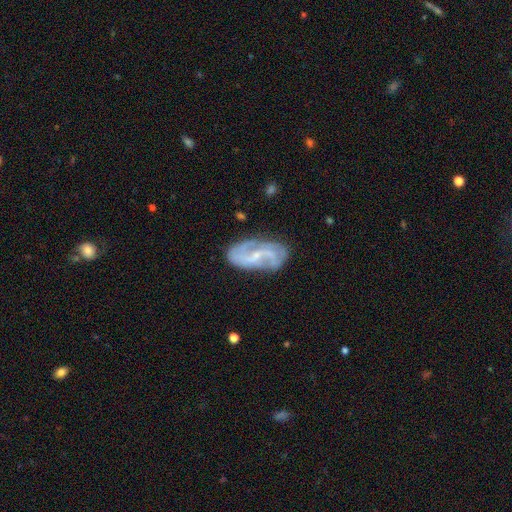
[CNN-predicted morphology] Smooth or featured? featured or disk (80%)
Edge-on disk? no (95%)
Bar? weak (44%)
Spiral arms? yes (93%)
Spiral winding? medium (44%)
Spiral arm count? 2 (66%)
Bulge size? small (69%)
Merging? none (70%)